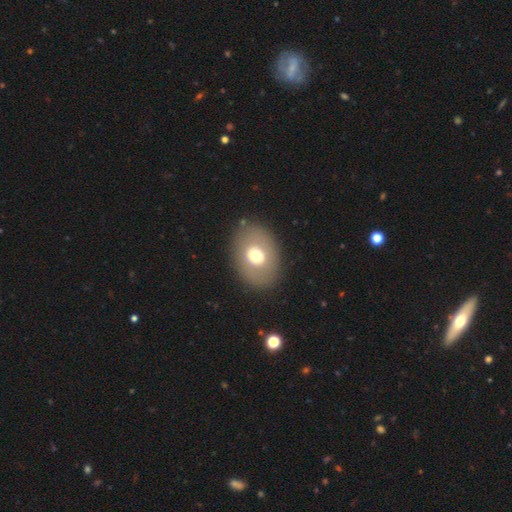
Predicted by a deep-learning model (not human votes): Smooth or featured? Predicted: smooth (p=0.63). How rounded? Predicted: in between (p=0.70). Merging? Predicted: none (p=0.85).